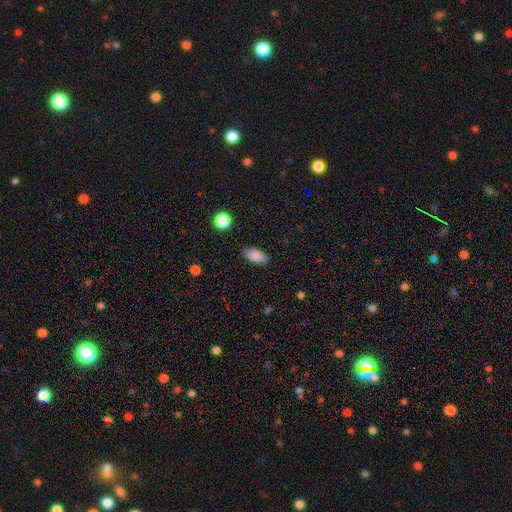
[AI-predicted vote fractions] This appears to be a smooth galaxy with no disk features (85%) that is in between round and cigar-shaped (90%). Merging: none (84%).